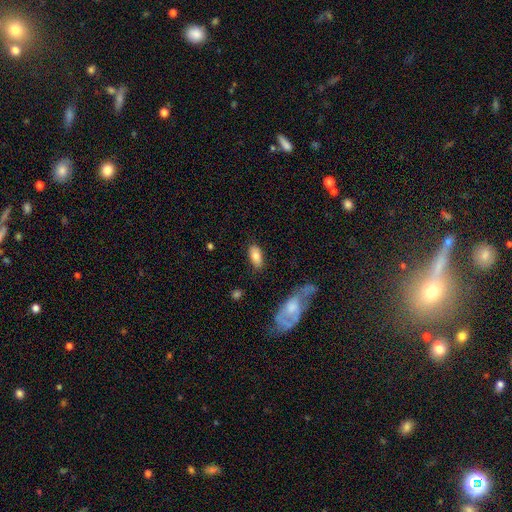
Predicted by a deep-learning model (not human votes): Smooth or featured: smooth — 80% (featured or disk — 13%)
How rounded: in between — 91% (cigar-shaped — 6%)
Merging: none — 82% (minor disturbance — 12%)